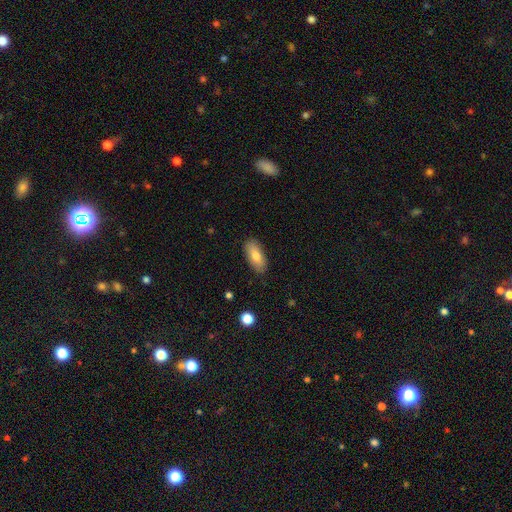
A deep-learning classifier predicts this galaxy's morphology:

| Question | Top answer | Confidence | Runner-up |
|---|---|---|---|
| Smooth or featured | smooth | 76% | featured or disk (17%) |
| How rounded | in between | 86% | cigar-shaped (11%) |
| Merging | none | 86% | minor disturbance (11%) |